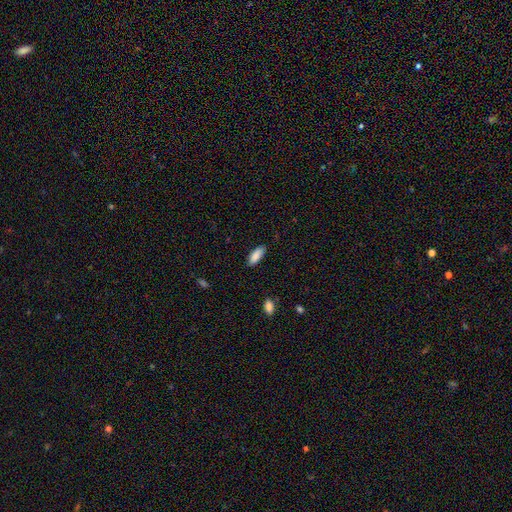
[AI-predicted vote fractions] The model was most divided on "how rounded": in between: 69%, cigar-shaped: 30%, round: 2%. More confident: smooth or featured — smooth (89%); merging — none (84%).